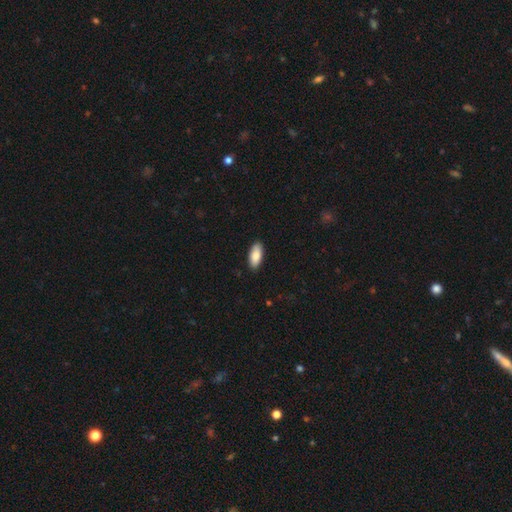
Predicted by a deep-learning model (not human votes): Smooth or featured? smooth (87%)
How rounded? in between (87%)
Merging? none (89%)